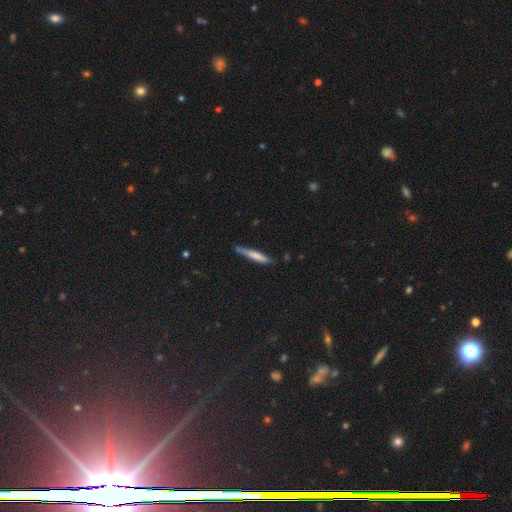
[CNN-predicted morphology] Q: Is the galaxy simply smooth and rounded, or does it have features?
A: smooth — 66%.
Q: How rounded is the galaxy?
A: cigar-shaped — 92%.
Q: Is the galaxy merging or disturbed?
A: none — 74%.